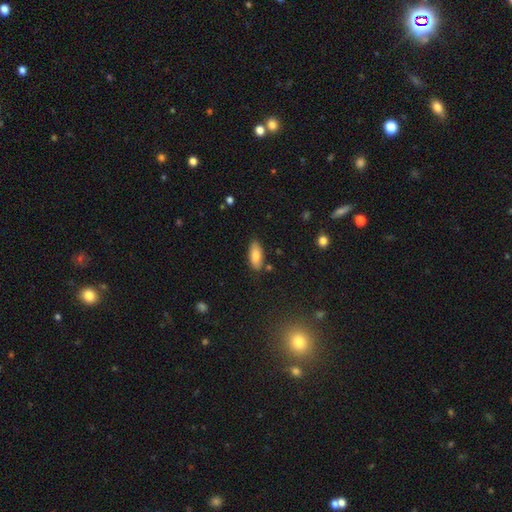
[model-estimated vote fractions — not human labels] Smooth or featured: smooth — 81% (featured or disk — 12%)
How rounded: in between — 83% (cigar-shaped — 15%)
Merging: none — 83% (minor disturbance — 12%)